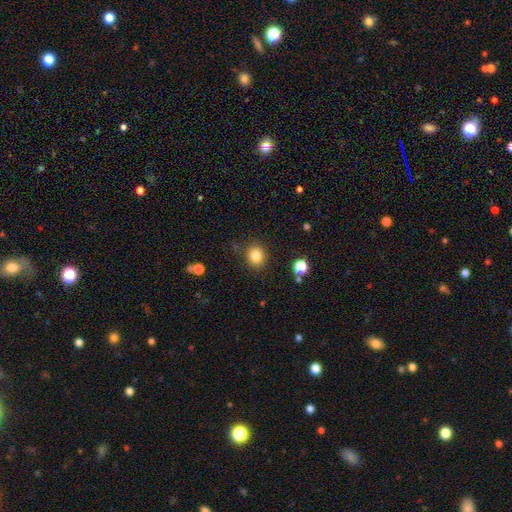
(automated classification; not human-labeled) Overall: smooth (83%). How rounded: round (76%). Merging: none (87%).